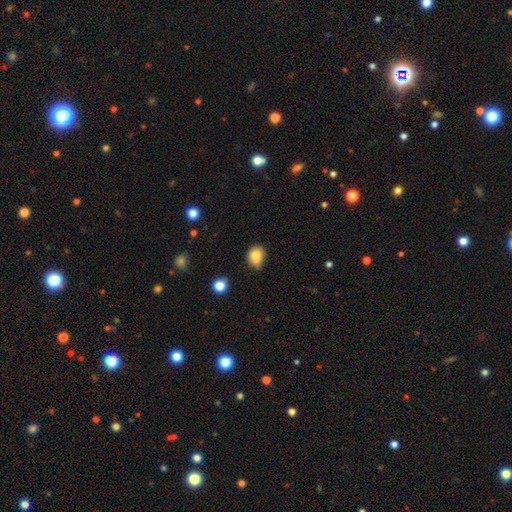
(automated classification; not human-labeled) Overall: smooth (82%). How rounded: in between (52%; round 47%). Merging: none (57%; minor disturbance 35%).